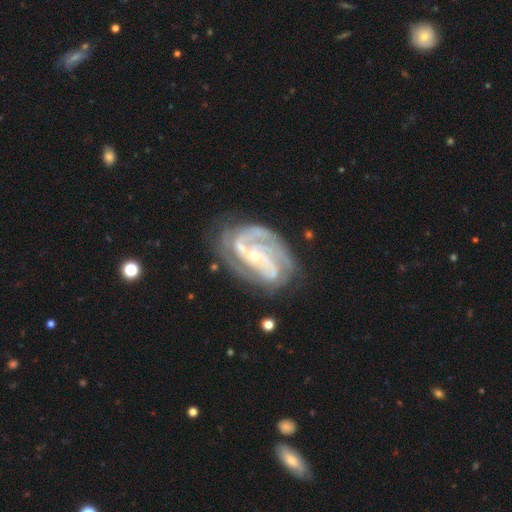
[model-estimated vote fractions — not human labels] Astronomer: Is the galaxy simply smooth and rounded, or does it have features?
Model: featured or disk — 91%.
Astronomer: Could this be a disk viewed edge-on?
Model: no — 97%.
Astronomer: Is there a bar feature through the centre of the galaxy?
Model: no — 39% (runner-up: weak, 34%).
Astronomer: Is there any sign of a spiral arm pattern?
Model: yes — 98%.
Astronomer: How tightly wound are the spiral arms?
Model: tight — 51% (runner-up: medium, 41%).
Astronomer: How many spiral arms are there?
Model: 2 — 51% (runner-up: 3, 26%).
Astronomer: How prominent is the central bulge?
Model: small — 68%.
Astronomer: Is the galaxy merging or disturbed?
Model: none — 69%.